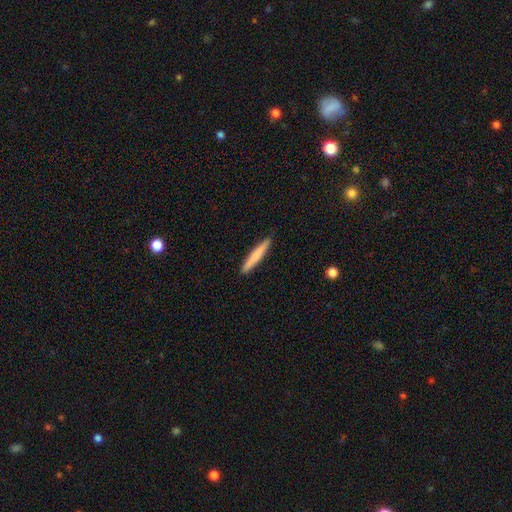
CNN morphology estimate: Smooth or featured: smooth — 71% (featured or disk — 24%)
How rounded: cigar-shaped — 95% (in between — 4%)
Merging: none — 92% (minor disturbance — 6%)